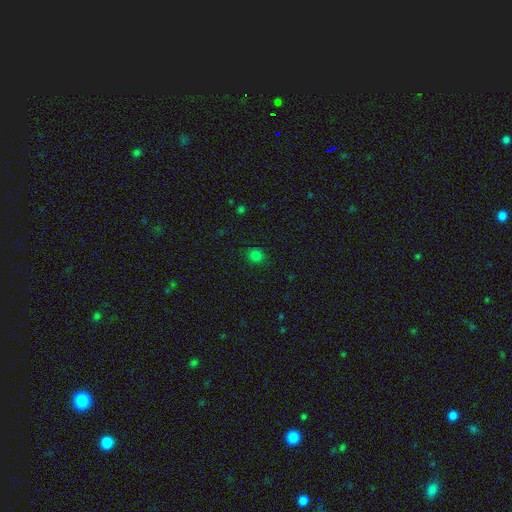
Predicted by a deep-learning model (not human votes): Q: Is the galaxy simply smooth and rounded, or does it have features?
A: smooth — 79%.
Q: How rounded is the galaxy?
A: round — 80%.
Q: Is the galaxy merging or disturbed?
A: none — 89%.